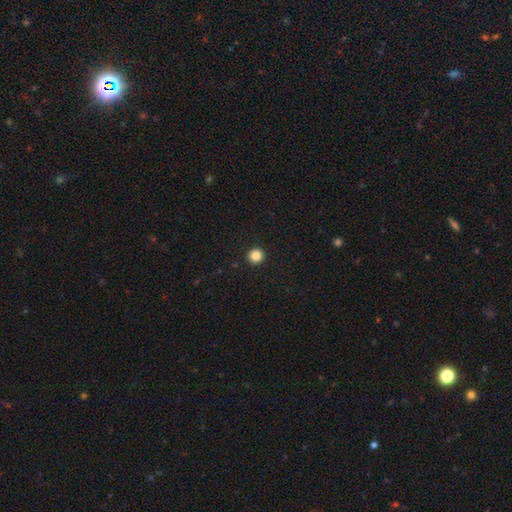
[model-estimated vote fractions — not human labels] Smooth or featured: smooth — 86% (star or artifact — 11%)
How rounded: round — 95% (in between — 4%)
Merging: none — 94% (minor disturbance — 4%)